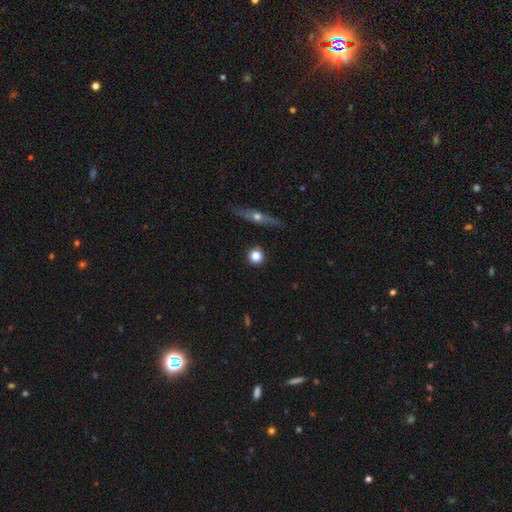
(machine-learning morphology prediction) This appears to be a smooth galaxy with no disk features (80%) that is round (93%). Merging: none (89%).